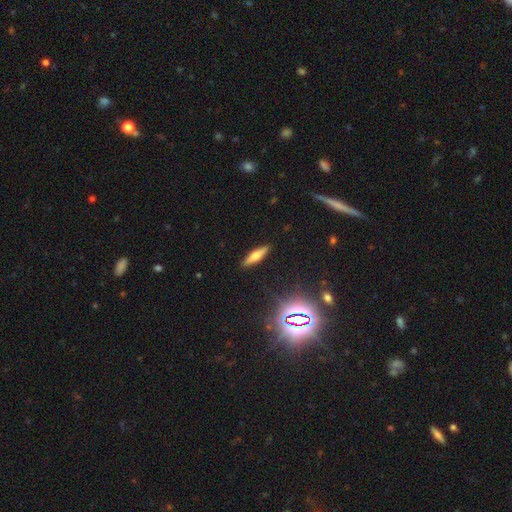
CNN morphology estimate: Smooth or featured: smooth — 54% (featured or disk — 34%)
How rounded: cigar-shaped — 73% (in between — 24%)
Merging: none — 90% (minor disturbance — 7%)